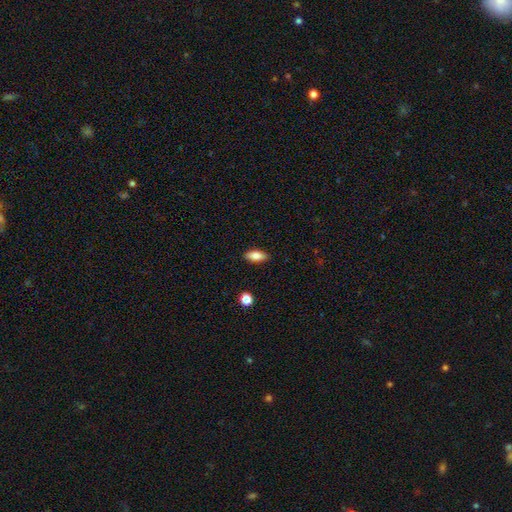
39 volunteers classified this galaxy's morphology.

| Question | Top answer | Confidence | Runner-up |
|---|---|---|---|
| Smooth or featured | smooth | 79% | featured or disk (13%) |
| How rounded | in between | 74% | cigar-shaped (19%) |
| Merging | none | 100% | — |